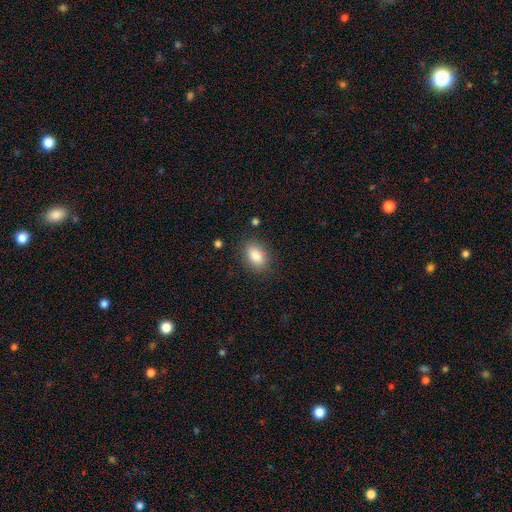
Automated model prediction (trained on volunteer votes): Smooth or featured? smooth (84%)
How rounded? in between (81%)
Merging? none (82%)